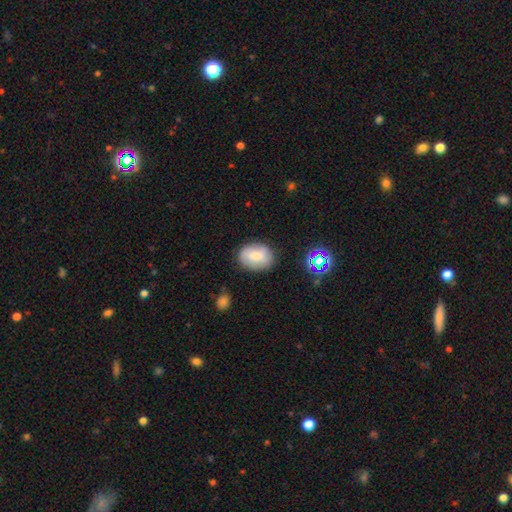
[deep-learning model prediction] This is likely a smooth galaxy (71%). How rounded: likely in between (71%). Merging: likely none (79%).